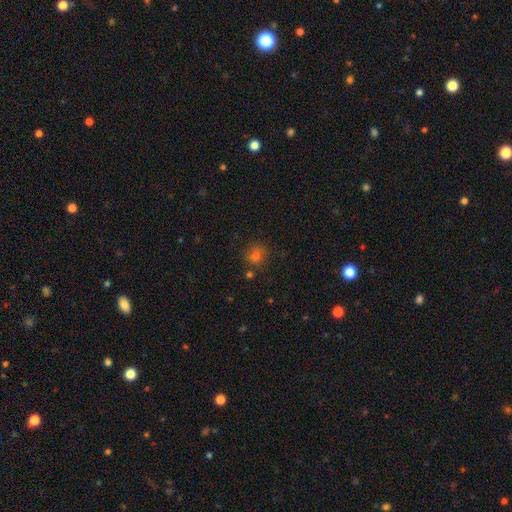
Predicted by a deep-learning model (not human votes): Overall: smooth (70%). How rounded: round (83%). Merging: none (80%).